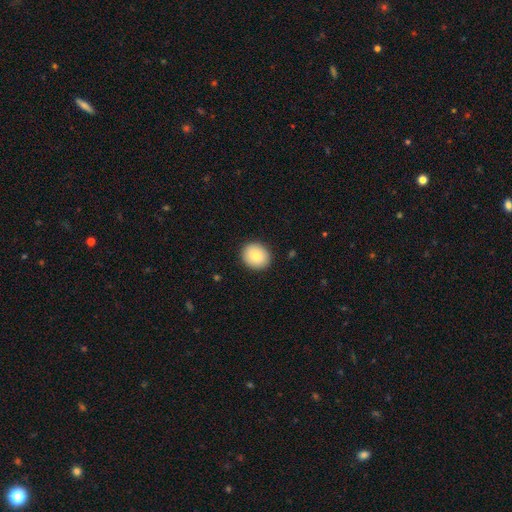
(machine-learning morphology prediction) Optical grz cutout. It shows a smooth galaxy with no disk features (84%) that is round (76%). Merging: none (90%).